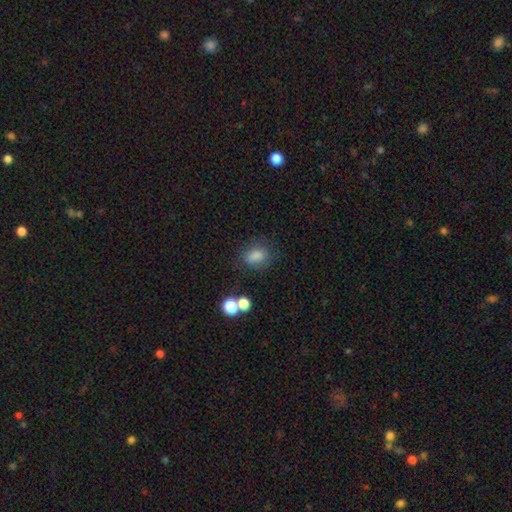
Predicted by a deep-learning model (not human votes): Smooth or featured: smooth — 80% (star or artifact — 13%)
How rounded: in between — 73% (round — 25%)
Merging: none — 75% (minor disturbance — 15%)